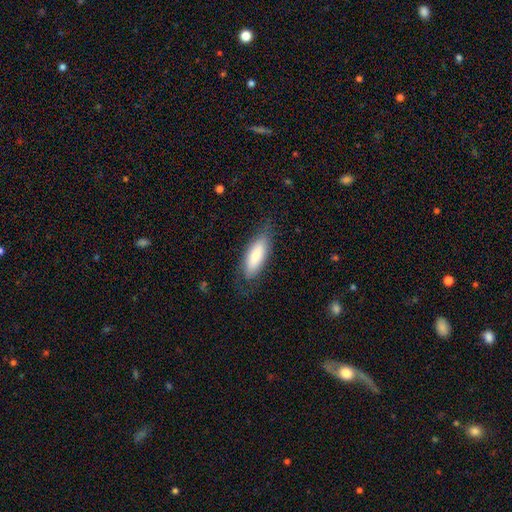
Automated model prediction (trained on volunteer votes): Q: Smooth or featured?
A: smooth (76%); runner-up: featured or disk (18%)
Q: How rounded?
A: in between (71%); runner-up: cigar-shaped (28%)
Q: Merging?
A: none (73%); runner-up: minor disturbance (18%)